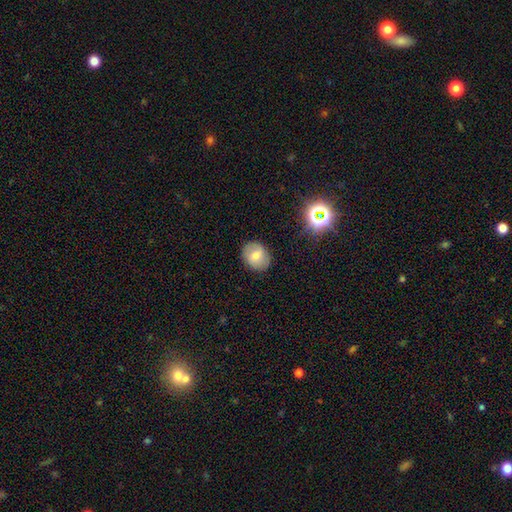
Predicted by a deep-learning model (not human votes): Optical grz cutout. It shows a smooth galaxy with no disk features (62%) that is round (62%). Merging: none (84%).